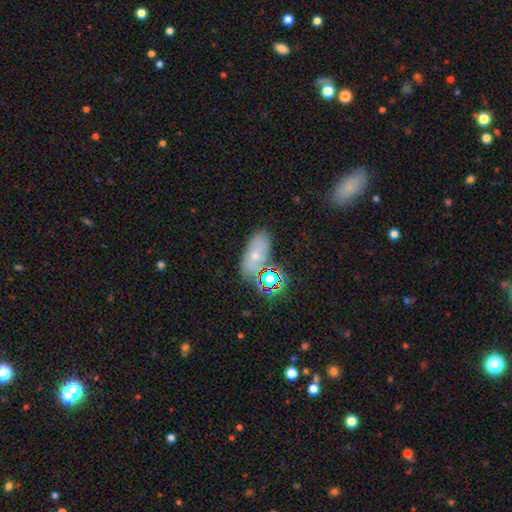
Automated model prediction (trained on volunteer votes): Morphology: type=smooth (57%); roundness=in between (85%); merging=none (70%).